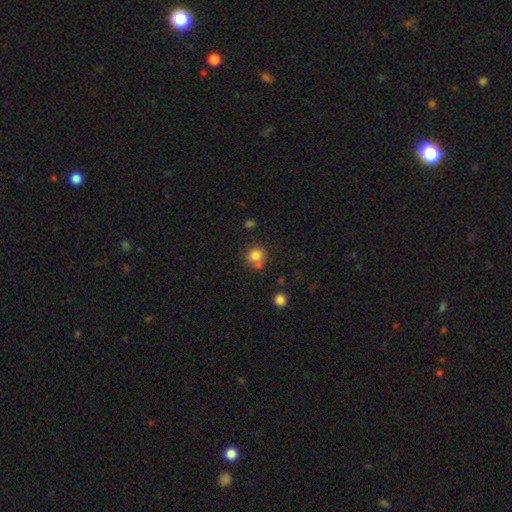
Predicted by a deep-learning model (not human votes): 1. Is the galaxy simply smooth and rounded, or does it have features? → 82% smooth, 11% star or artifact, 7% featured or disk.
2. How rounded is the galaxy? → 86% round, 13% in between, 1% cigar-shaped.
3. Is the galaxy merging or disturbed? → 65% none, 16% merger, 15% minor disturbance, 4% major disturbance.